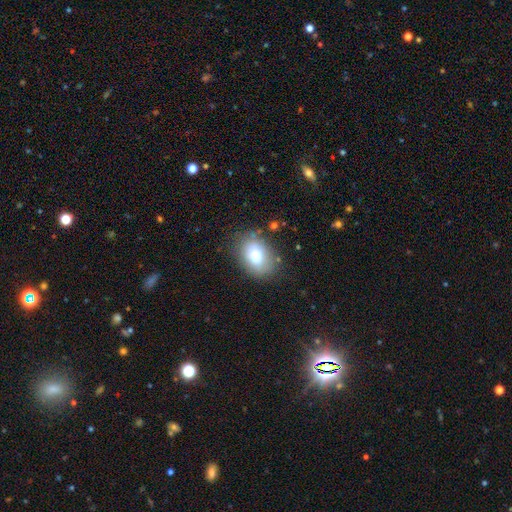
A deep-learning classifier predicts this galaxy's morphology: Smooth or featured?
  - smooth: 74% *
  - featured or disk: 17%
  - star or artifact: 10%
How rounded?
  - in between: 78% *
  - round: 21%
  - cigar-shaped: 1%
Merging?
  - none: 78% *
  - minor disturbance: 14%
  - major disturbance: 5%
  - merger: 3%